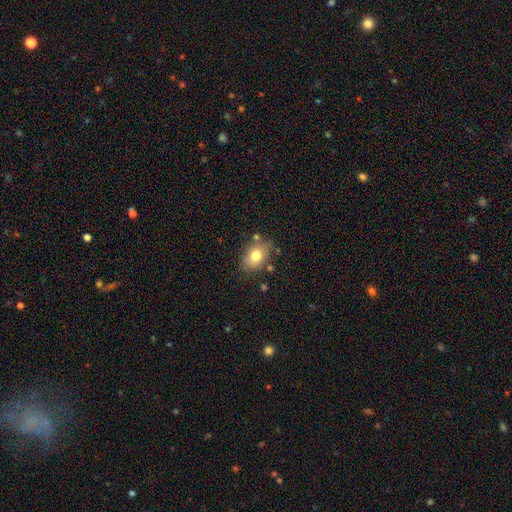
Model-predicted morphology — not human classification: A smooth galaxy with no disk features (76%) that is in between round and cigar-shaped (80%). Merging: none (73%).